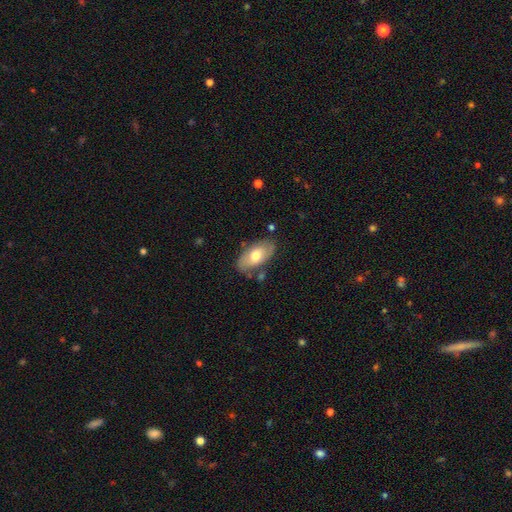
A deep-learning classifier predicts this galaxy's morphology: Smooth or featured?
  - smooth: 63% *
  - featured or disk: 31%
  - star or artifact: 6%
How rounded?
  - in between: 93% *
  - round: 4%
  - cigar-shaped: 3%
Merging?
  - none: 78% *
  - minor disturbance: 15%
  - merger: 4%
  - major disturbance: 4%